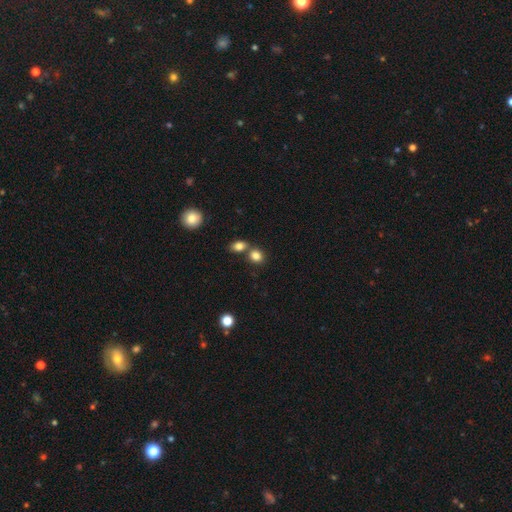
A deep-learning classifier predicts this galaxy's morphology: Q: Smooth or featured?
A: smooth (83%); runner-up: star or artifact (10%)
Q: How rounded?
A: round (59%); runner-up: in between (40%)
Q: Merging?
A: none (53%); runner-up: merger (35%)